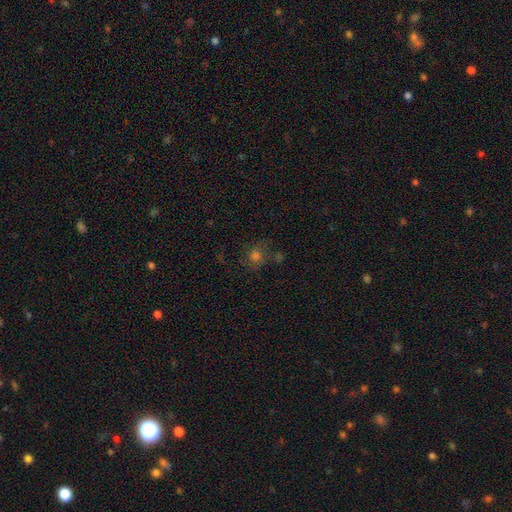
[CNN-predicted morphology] type=smooth (59%); roundness=round (82%); merging=none (69%).